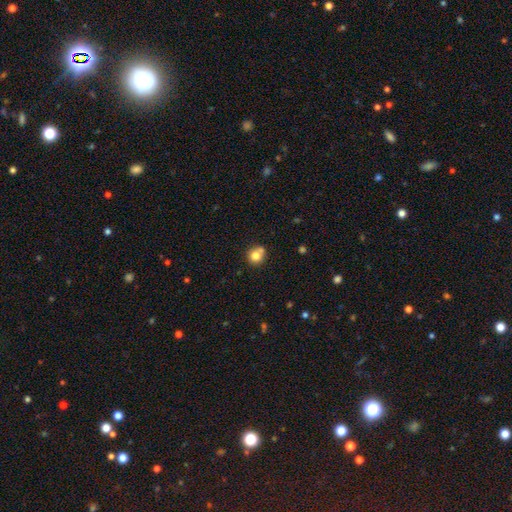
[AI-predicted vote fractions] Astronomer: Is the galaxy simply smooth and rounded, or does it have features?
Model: smooth — 77%.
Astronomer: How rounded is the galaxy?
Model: round — 85%.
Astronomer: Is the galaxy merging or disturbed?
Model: none — 57%.